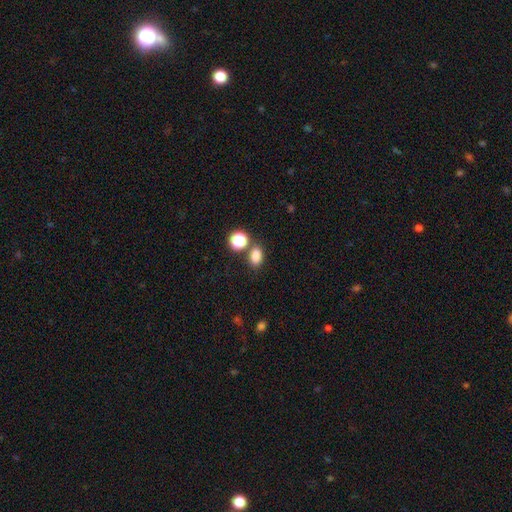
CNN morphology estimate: smooth_or_featured: smooth (p=0.81) [alt: star or artifact p=0.14]
how_rounded: in between (p=0.73) [alt: round p=0.25]
merging: none (p=0.73) [alt: merger p=0.13]